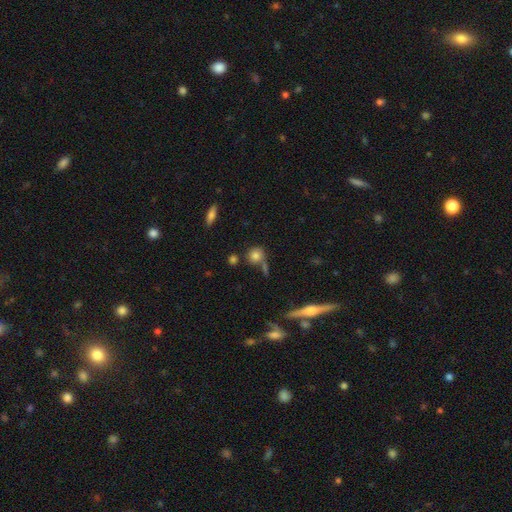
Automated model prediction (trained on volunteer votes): Overall: smooth (78%). How rounded: round (82%). Merging: none (64%).